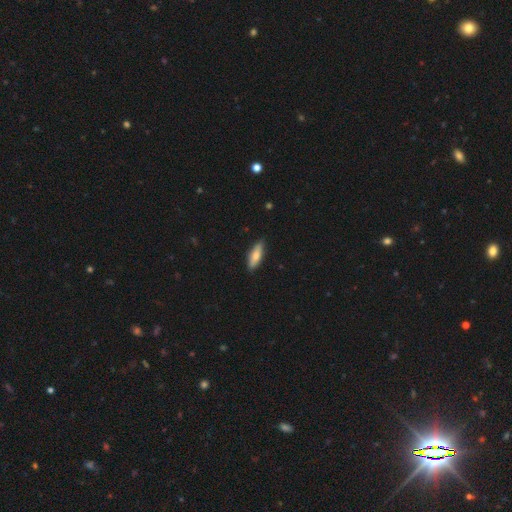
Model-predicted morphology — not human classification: This is likely a smooth galaxy (72%). How rounded: possibly in between (53%). Merging: clearly none (86%).